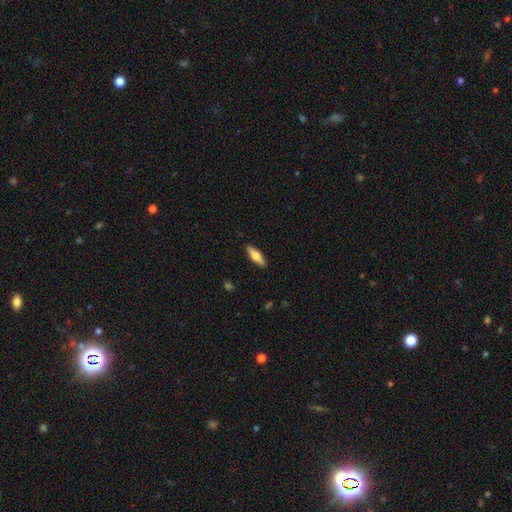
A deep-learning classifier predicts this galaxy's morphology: Smooth or featured? Predicted: smooth (p=0.57). How rounded? Predicted: cigar-shaped (p=0.53). Merging? Predicted: none (p=0.89).